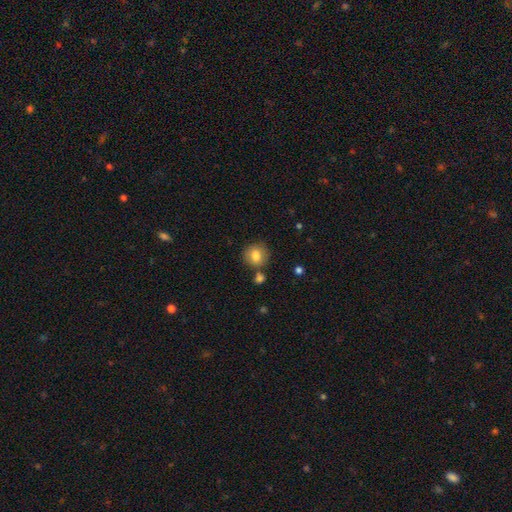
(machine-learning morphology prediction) smooth_or_featured: smooth (p=0.81) [alt: featured or disk p=0.10]
how_rounded: round (p=0.88) [alt: in between p=0.11]
merging: none (p=0.76) [alt: minor disturbance p=0.11]